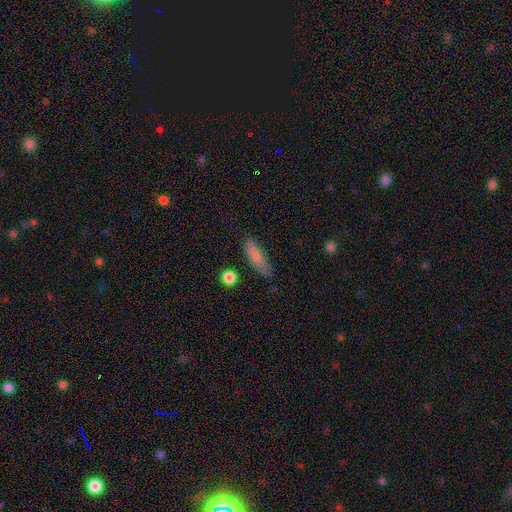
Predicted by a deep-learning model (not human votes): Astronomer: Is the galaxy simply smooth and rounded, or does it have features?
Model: smooth — 79%.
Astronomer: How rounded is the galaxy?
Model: cigar-shaped — 52% (runner-up: in between, 45%).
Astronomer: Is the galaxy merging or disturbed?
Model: none — 69%.